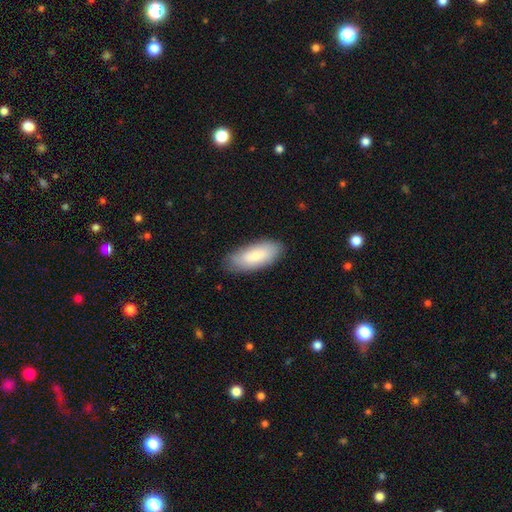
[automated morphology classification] A smooth galaxy with no disk features (78%) that is in between round and cigar-shaped (82%).

Vote fractions:
- Smooth or featured? smooth: 78% / featured or disk: 16% / star or artifact: 6%
- How rounded? in between: 82% / cigar-shaped: 16% / round: 2%
- Merging? none: 79% / minor disturbance: 17% / major disturbance: 3% / merger: 1%